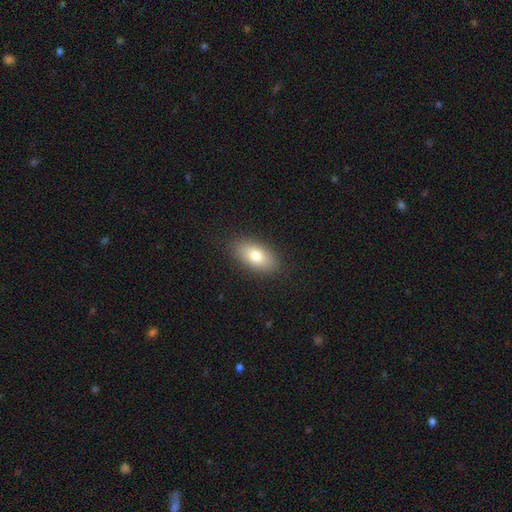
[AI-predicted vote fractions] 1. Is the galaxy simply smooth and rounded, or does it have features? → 77% smooth, 15% featured or disk, 8% star or artifact.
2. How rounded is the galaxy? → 89% in between, 6% round, 5% cigar-shaped.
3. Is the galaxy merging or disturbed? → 87% none, 9% minor disturbance, 3% major disturbance, 1% merger.